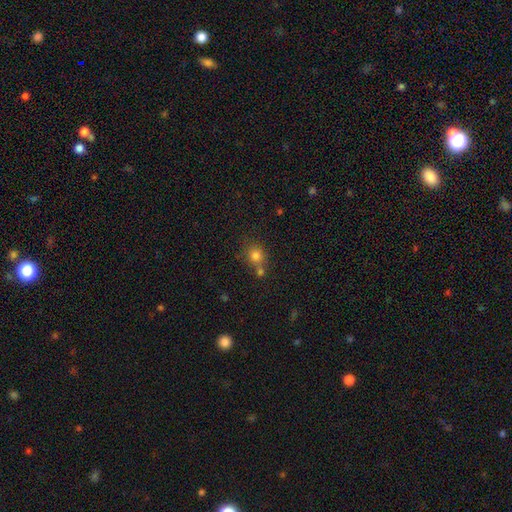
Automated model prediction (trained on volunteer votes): Morphology: type=smooth (79%); roundness=round (82%); merging=none (55%).